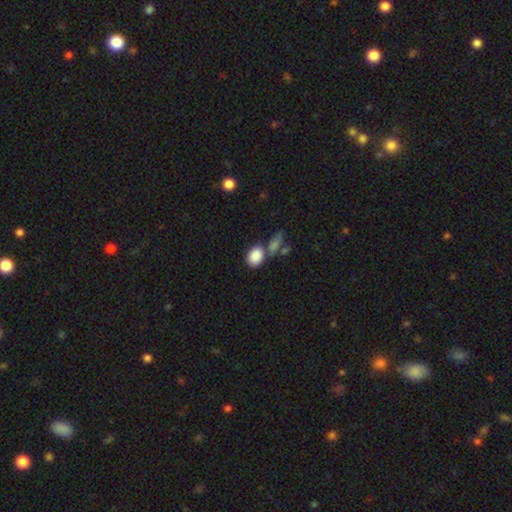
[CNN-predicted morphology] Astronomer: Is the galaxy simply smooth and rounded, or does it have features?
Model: smooth — 87%.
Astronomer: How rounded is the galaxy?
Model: in between — 67%.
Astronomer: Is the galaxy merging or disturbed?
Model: none — 49% (runner-up: merger, 31%).